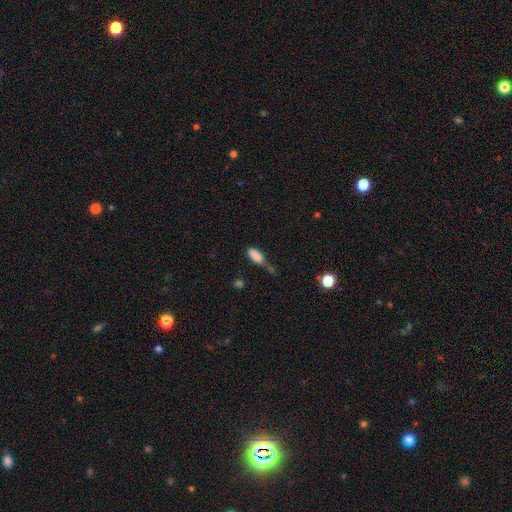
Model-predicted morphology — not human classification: smooth 83%, star or artifact 10%, featured or disk 7%. Down the decision tree: how rounded — in between (85%); merging — none (37%).